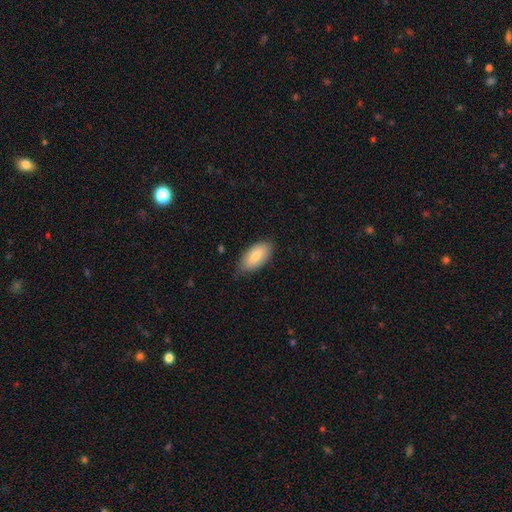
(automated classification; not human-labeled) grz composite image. It shows a smooth galaxy with no disk features (80%) that is in between round and cigar-shaped (93%). Merging: none (76%).